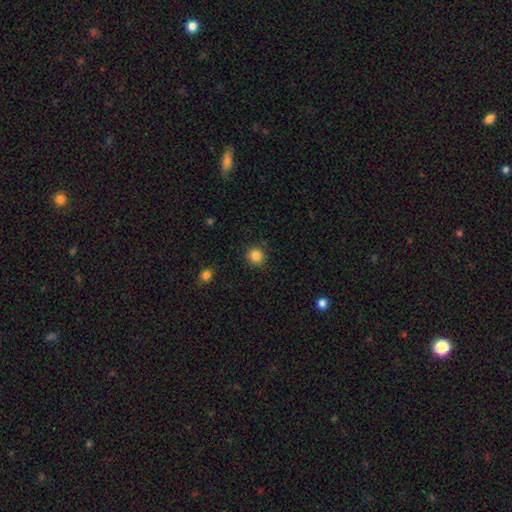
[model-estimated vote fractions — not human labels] The model was most divided on "smooth or featured": smooth: 85%, star or artifact: 11%, featured or disk: 4%. More confident: how rounded — round (92%); merging — none (90%).